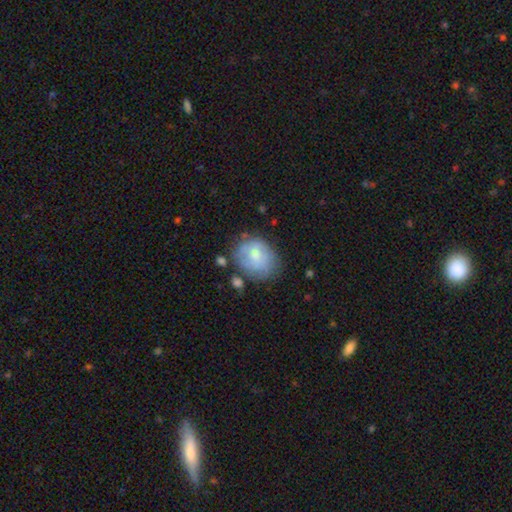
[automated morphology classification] Overall: smooth (61%; featured or disk 32%). How rounded: in between (52%; round 47%). Merging: none (56%; minor disturbance 27%).